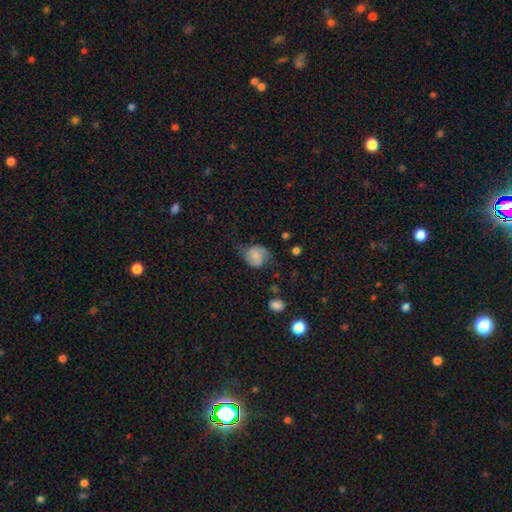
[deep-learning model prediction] Smooth or featured: smooth — 54% (featured or disk — 37%)
How rounded: round — 56% (in between — 43%)
Merging: none — 48% (minor disturbance — 31%)